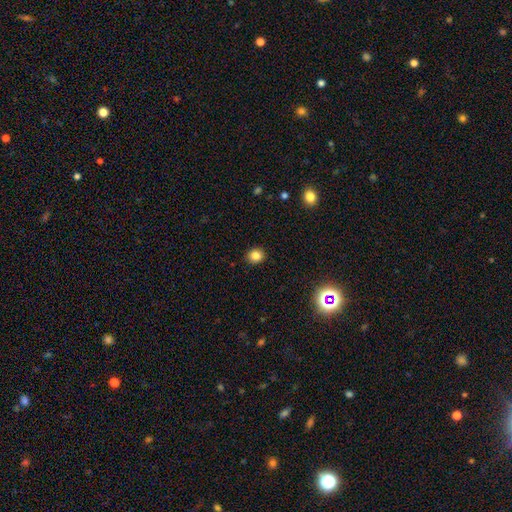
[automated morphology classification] Overall: smooth (82%). How rounded: round (73%). Merging: none (90%).